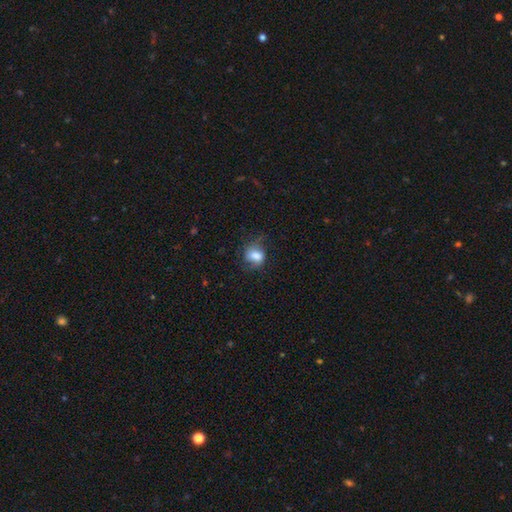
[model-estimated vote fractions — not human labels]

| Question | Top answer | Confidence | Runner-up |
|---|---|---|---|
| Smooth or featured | smooth | 75% | featured or disk (16%) |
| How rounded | in between | 51% | round (47%) |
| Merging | none | 55% | minor disturbance (28%) |